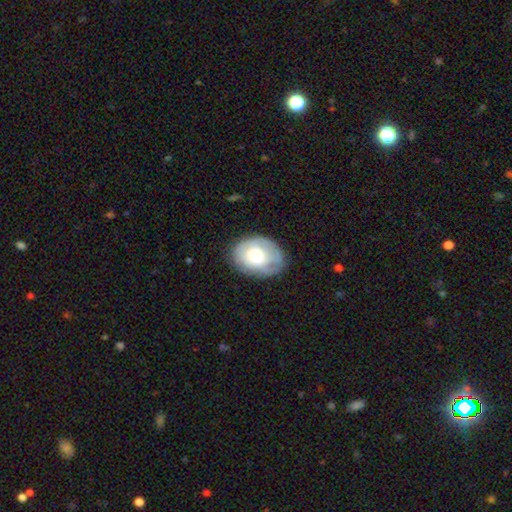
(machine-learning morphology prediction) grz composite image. It shows a smooth galaxy with no disk features (51%) that is in between round and cigar-shaped (70%). Merging: none (69%).